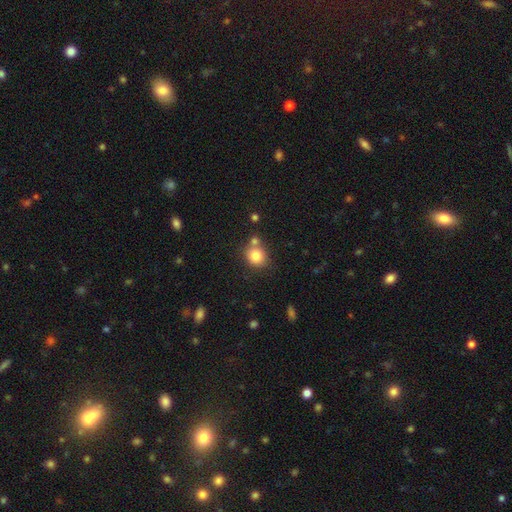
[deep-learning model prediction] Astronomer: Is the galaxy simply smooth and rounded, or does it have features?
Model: smooth — 81%.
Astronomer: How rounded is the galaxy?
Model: round — 76%.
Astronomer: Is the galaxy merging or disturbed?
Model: none — 63%.